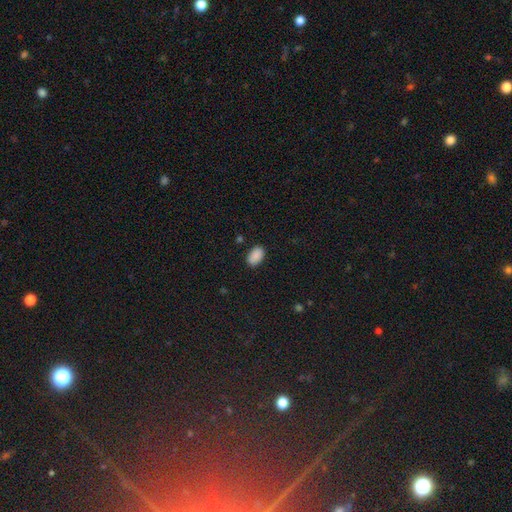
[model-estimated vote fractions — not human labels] Overall: smooth (90%). How rounded: in between (92%). Merging: none (86%).